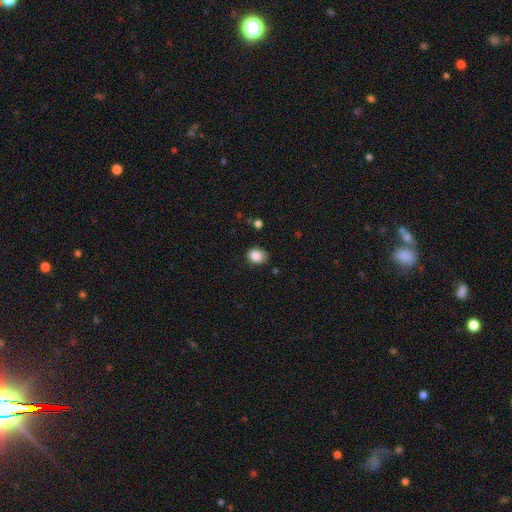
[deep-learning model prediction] Morphology: type=smooth (86%); roundness=round (59%); merging=none (75%).